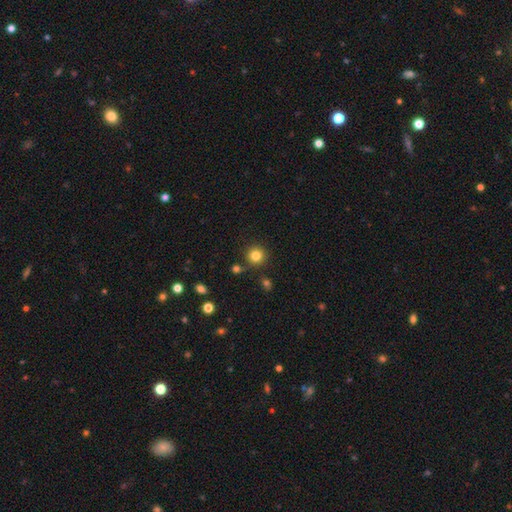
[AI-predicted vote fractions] Smooth or featured: smooth — 83% (star or artifact — 12%)
How rounded: round — 93% (in between — 6%)
Merging: none — 84% (minor disturbance — 8%)